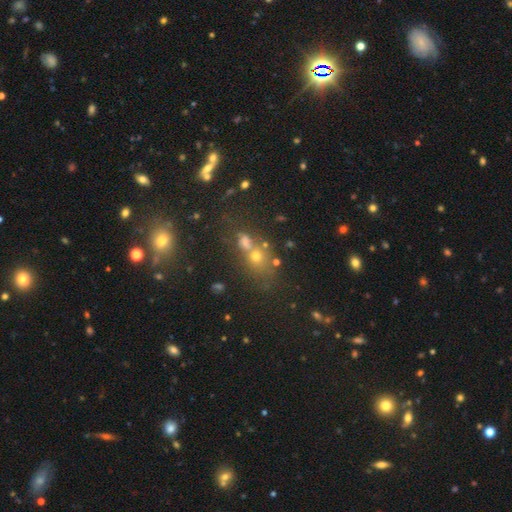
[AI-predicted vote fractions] This is possibly a smooth galaxy (54%). How rounded: likely round (65%). Merging: marginally merger (45%).